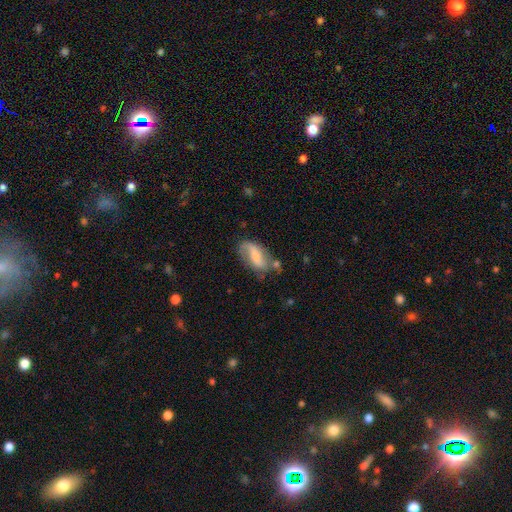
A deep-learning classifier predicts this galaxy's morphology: Smooth or featured? Predicted: featured or disk (p=0.48). Merging? Predicted: none (p=0.50).